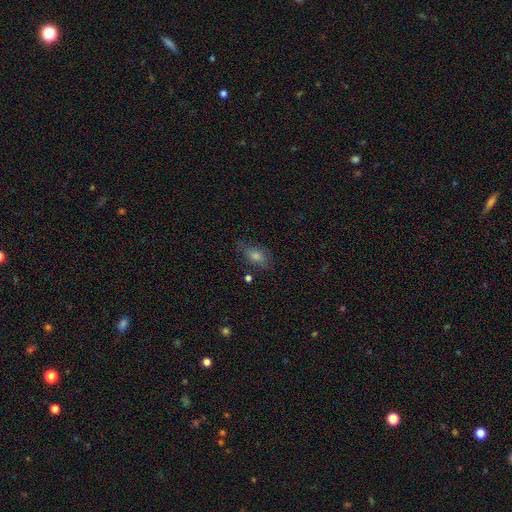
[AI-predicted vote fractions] smooth 61%, star or artifact 20%, featured or disk 19%. Down the decision tree: how rounded — in between (77%); merging — none (71%).